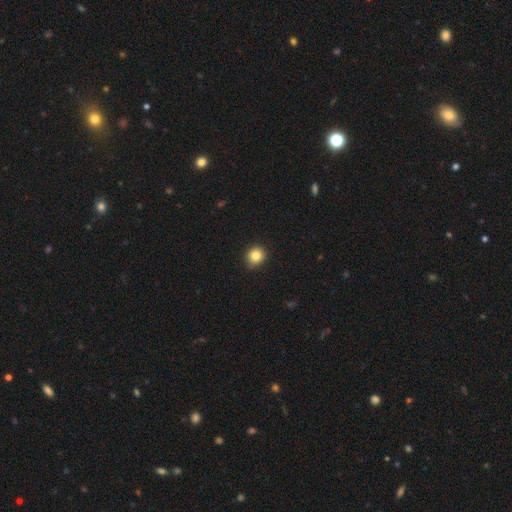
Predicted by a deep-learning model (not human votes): smooth 83%, star or artifact 11%, featured or disk 6%. Down the decision tree: how rounded — round (83%); merging — none (85%).